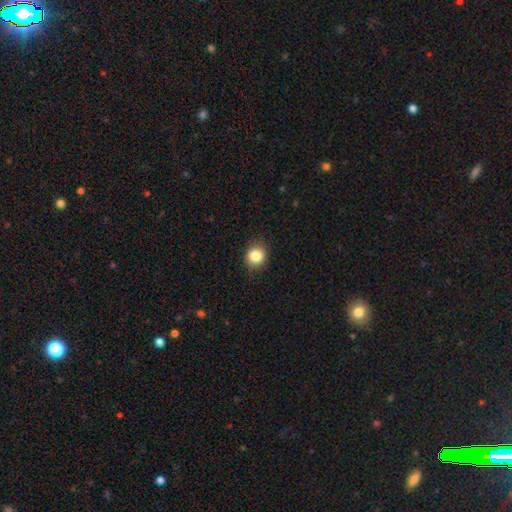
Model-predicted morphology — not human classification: A smooth galaxy with no disk features (85%) that is round (78%).

Vote fractions:
- Smooth or featured? smooth: 85% / star or artifact: 10% / featured or disk: 5%
- How rounded? round: 78% / in between: 21% / cigar-shaped: 1%
- Merging? none: 84% / minor disturbance: 12% / major disturbance: 3% / merger: 1%